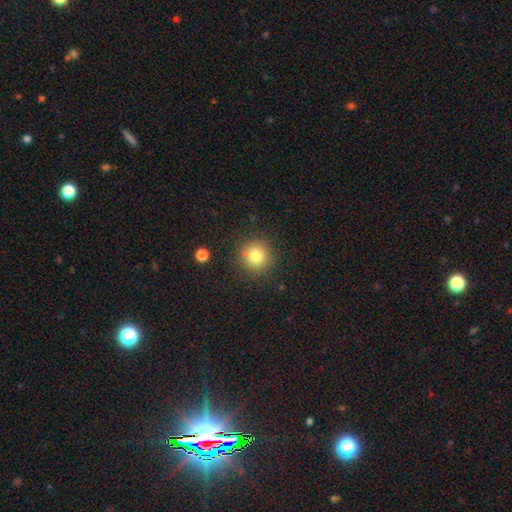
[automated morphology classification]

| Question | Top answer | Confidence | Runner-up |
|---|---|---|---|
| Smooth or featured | smooth | 80% | star or artifact (12%) |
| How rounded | round | 91% | in between (8%) |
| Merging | none | 86% | minor disturbance (9%) |